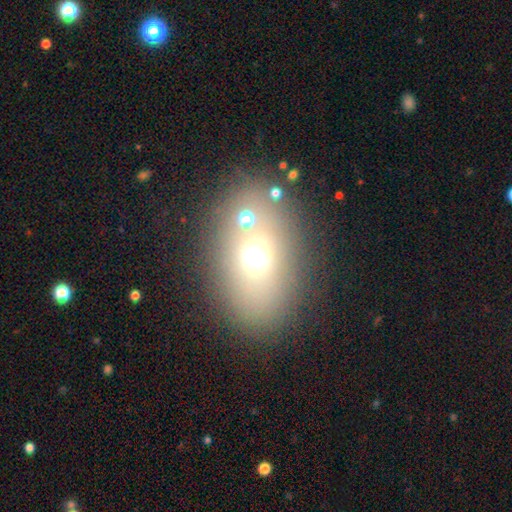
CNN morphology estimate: Smooth or featured?
  - smooth: 58% *
  - star or artifact: 22%
  - featured or disk: 19%
How rounded?
  - in between: 70% *
  - round: 28%
  - cigar-shaped: 3%
Merging?
  - none: 71% *
  - minor disturbance: 11%
  - merger: 11%
  - major disturbance: 7%